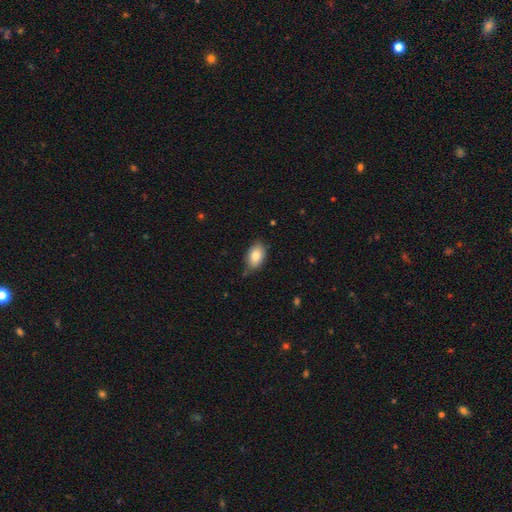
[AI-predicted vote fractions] This is clearly a smooth galaxy (82%). How rounded: clearly in between (89%). Merging: likely none (73%).